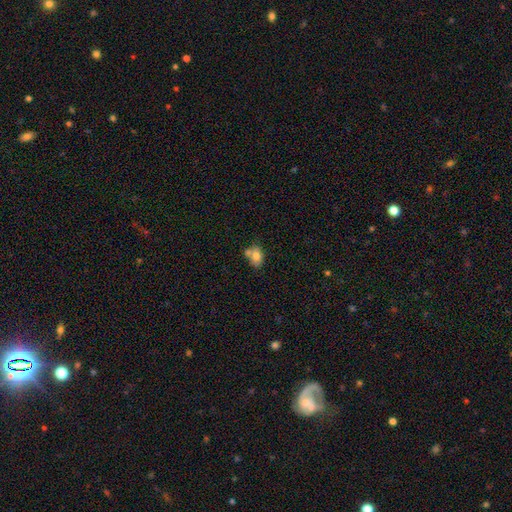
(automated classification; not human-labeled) The model was most divided on "merging": none: 45%, merger: 34%, minor disturbance: 17%, major disturbance: 5%. More confident: smooth or featured — smooth (78%); how rounded — in between (68%).